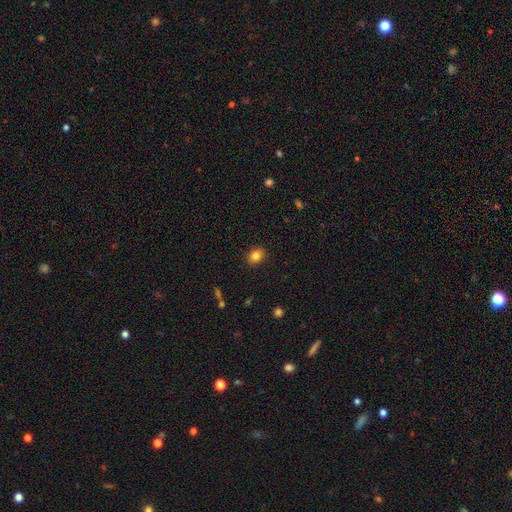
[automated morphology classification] Smooth or featured? smooth (83%)
How rounded? in between (53%)
Merging? none (90%)